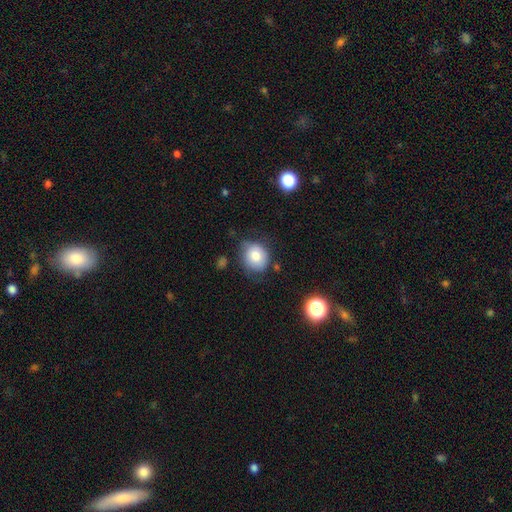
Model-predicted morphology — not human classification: smooth 76%, featured or disk 15%, star or artifact 9%. Down the decision tree: how rounded — round (72%); merging — none (62%).